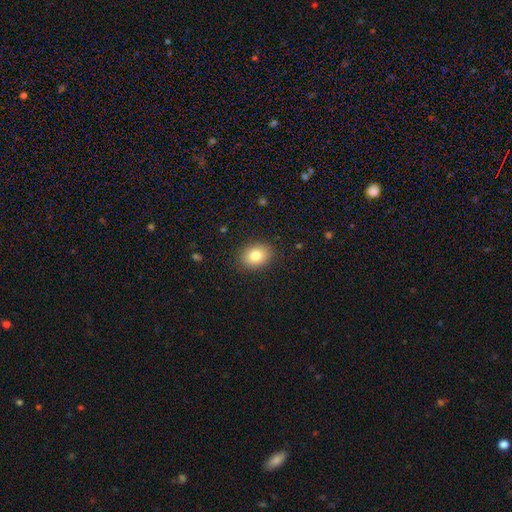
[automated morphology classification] smooth-or-featured: smooth: 80% | featured or disk: 10% | star or artifact: 10%
  how-rounded: in between: 59% | round: 41% | cigar-shaped: 1%
  merging: none: 88% | minor disturbance: 8% | major disturbance: 2% | merger: 1%